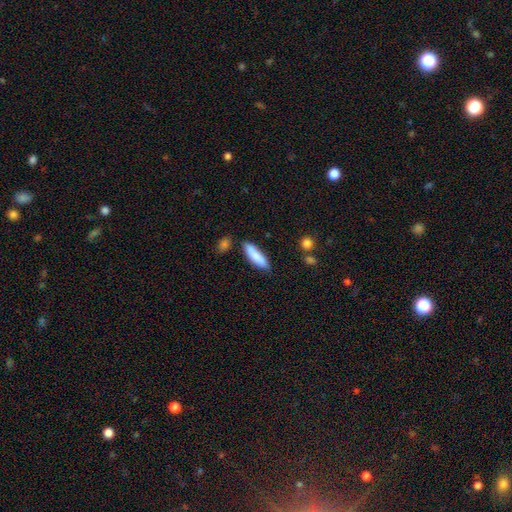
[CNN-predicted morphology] smooth-or-featured: smooth: 85% | featured or disk: 9% | star or artifact: 6%
  how-rounded: cigar-shaped: 64% | in between: 35% | round: 2%
  merging: none: 79% | minor disturbance: 14% | merger: 4% | major disturbance: 3%